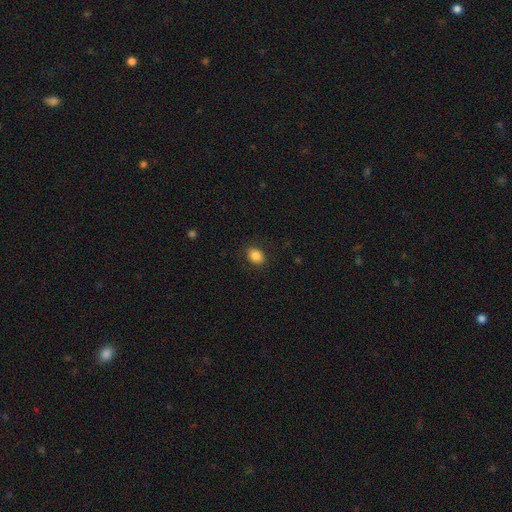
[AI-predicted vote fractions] Smooth or featured? Predicted: smooth (p=0.85). How rounded? Predicted: in between (p=0.63). Merging? Predicted: none (p=0.88).